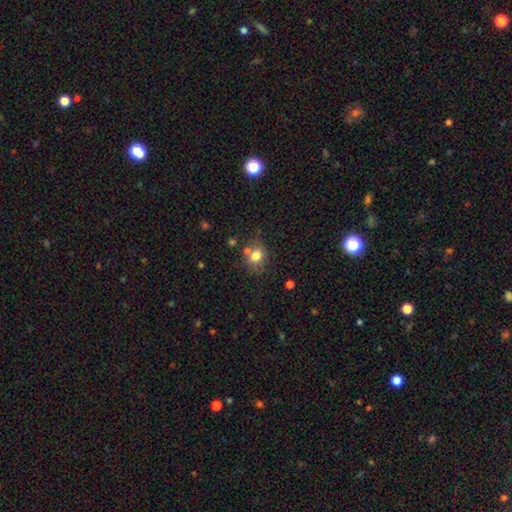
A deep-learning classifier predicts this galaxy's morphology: A smooth galaxy with no disk features (77%) that is round (55%). Merging: none (59%).